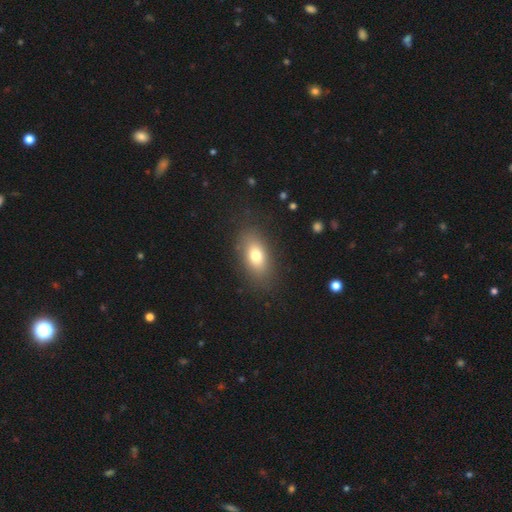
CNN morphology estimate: smooth-or-featured: smooth: 74% | featured or disk: 16% | star or artifact: 10%
  how-rounded: in between: 85% | round: 9% | cigar-shaped: 6%
  merging: none: 83% | minor disturbance: 11% | major disturbance: 5% | merger: 1%